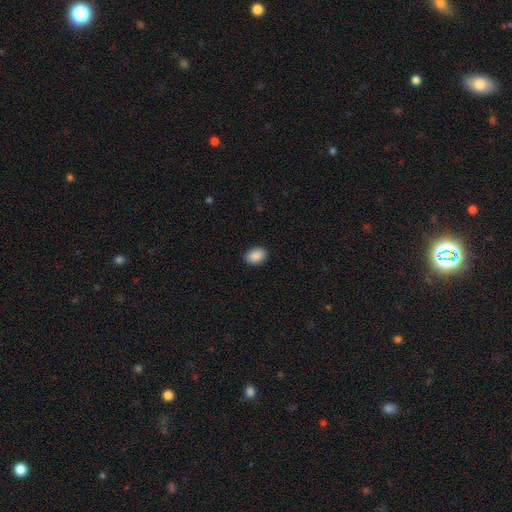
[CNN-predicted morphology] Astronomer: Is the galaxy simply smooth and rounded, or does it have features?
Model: smooth — 91%.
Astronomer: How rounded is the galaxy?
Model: in between — 81%.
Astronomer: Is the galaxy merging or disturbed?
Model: none — 90%.